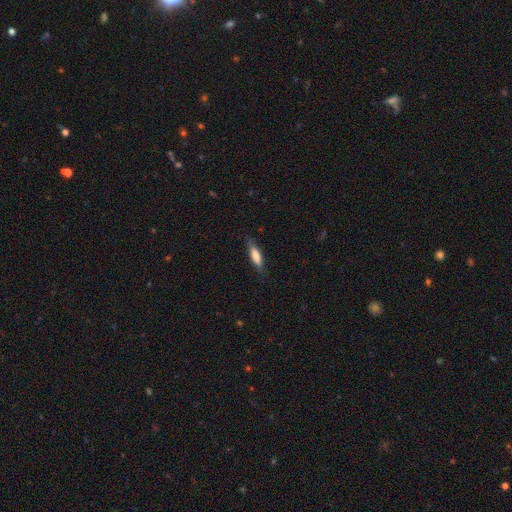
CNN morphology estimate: type=smooth (74%); roundness=cigar-shaped (65%); merging=none (81%).